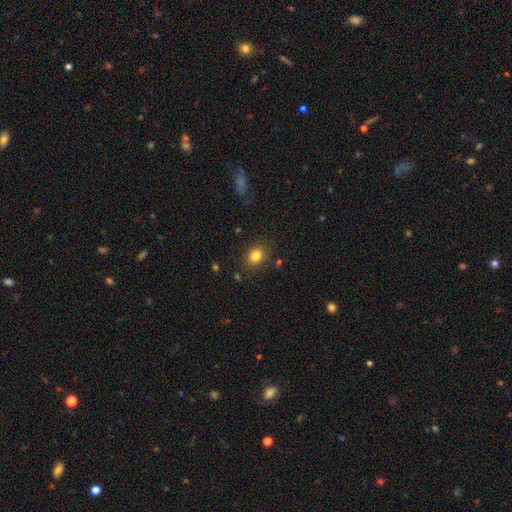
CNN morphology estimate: A smooth galaxy with no disk features (82%) that is in between round and cigar-shaped (53%). Merging: none (83%).